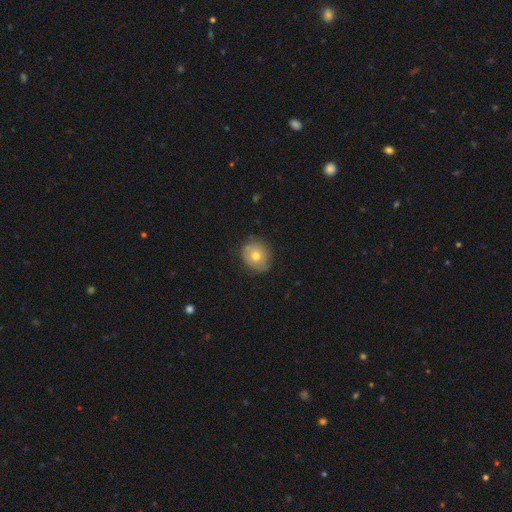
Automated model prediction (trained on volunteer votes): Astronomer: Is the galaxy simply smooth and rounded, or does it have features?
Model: smooth — 66%.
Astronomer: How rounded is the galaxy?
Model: round — 69%.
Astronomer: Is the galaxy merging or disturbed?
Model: none — 78%.